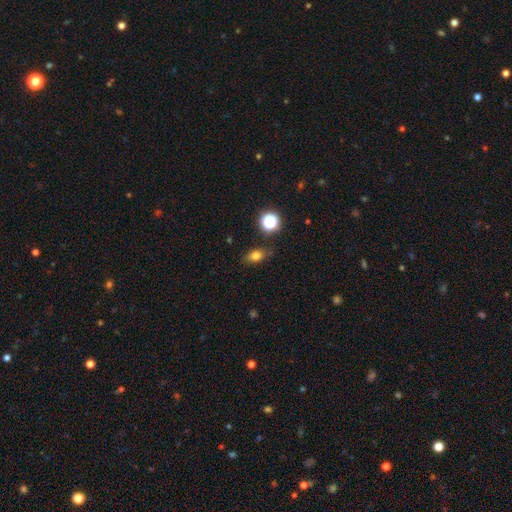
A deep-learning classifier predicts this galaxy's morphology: Smooth or featured?
  - smooth: 75% *
  - star or artifact: 15%
  - featured or disk: 10%
How rounded?
  - in between: 71% *
  - round: 25%
  - cigar-shaped: 4%
Merging?
  - none: 80% *
  - minor disturbance: 14%
  - major disturbance: 3%
  - merger: 3%